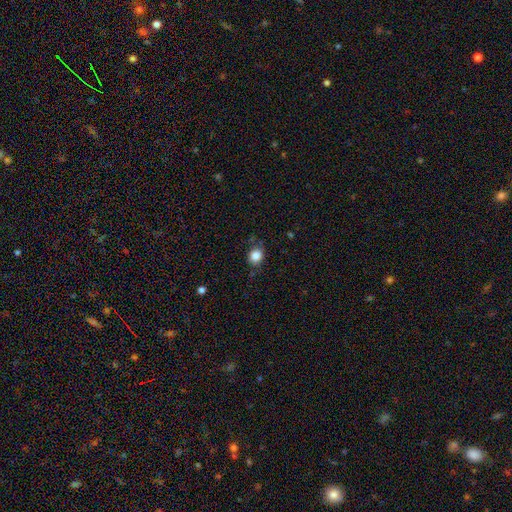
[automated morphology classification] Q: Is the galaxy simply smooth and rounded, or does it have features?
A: smooth — 84%.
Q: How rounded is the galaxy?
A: round — 70%.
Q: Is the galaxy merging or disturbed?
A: none — 74%.